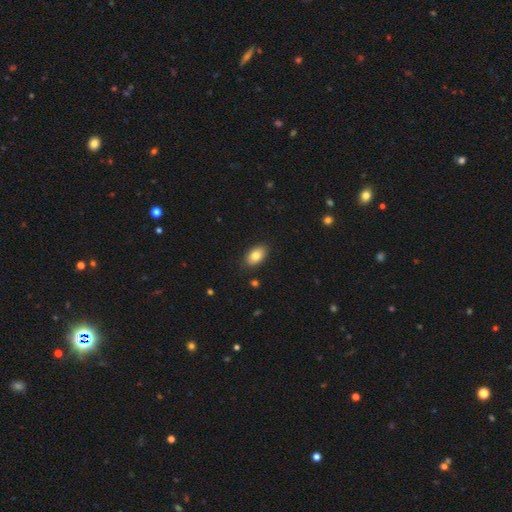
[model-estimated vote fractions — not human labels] Q: Smooth or featured?
A: smooth (82%); runner-up: featured or disk (11%)
Q: How rounded?
A: in between (91%); runner-up: round (7%)
Q: Merging?
A: none (87%); runner-up: minor disturbance (10%)